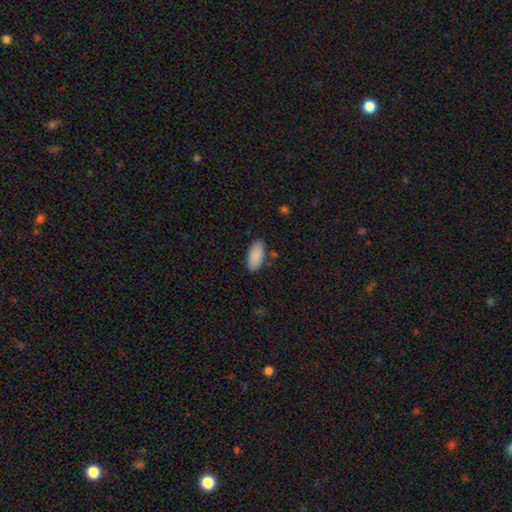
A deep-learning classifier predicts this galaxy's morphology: This is clearly a smooth galaxy (89%). How rounded: clearly in between (91%). Merging: clearly none (82%).